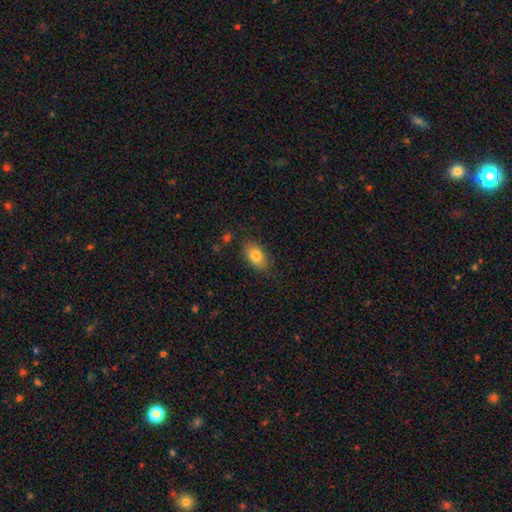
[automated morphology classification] A smooth galaxy with no disk features (82%) that is in between round and cigar-shaped (89%).

Vote fractions:
- Smooth or featured? smooth: 82% / featured or disk: 10% / star or artifact: 8%
- How rounded? in between: 89% / round: 9% / cigar-shaped: 2%
- Merging? none: 80% / minor disturbance: 14% / major disturbance: 3% / merger: 2%